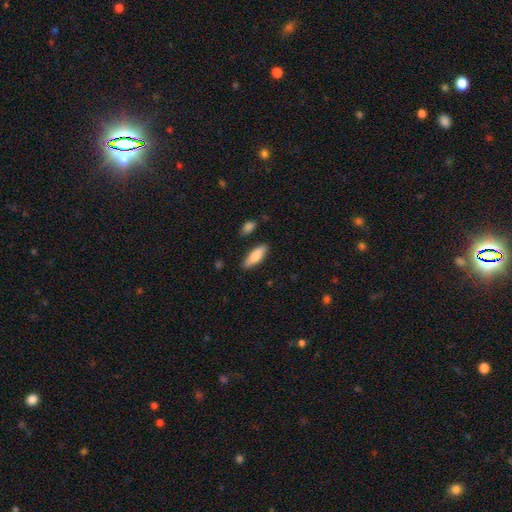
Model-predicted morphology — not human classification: smooth-or-featured: smooth: 82% | featured or disk: 12% | star or artifact: 6%
  how-rounded: in between: 59% | cigar-shaped: 39% | round: 2%
  merging: none: 83% | minor disturbance: 12% | major disturbance: 3% | merger: 2%